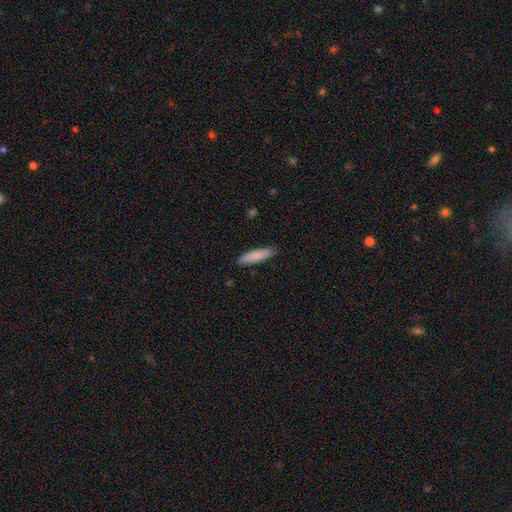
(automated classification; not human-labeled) Overall: smooth (86%). How rounded: cigar-shaped (71%). Merging: none (88%).